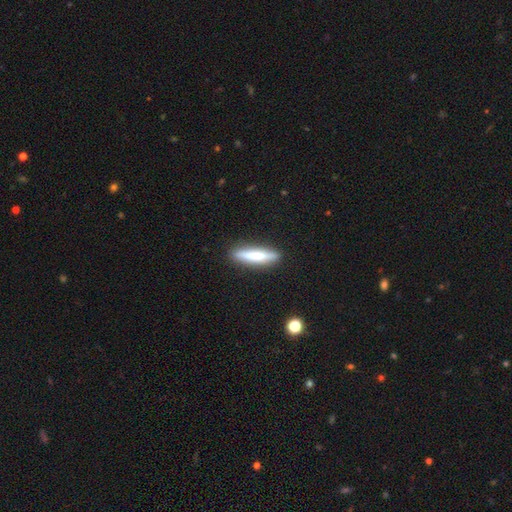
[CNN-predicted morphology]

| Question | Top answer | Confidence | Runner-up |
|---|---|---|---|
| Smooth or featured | smooth | 60% | featured or disk (35%) |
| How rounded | cigar-shaped | 84% | in between (14%) |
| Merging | none | 89% | minor disturbance (8%) |